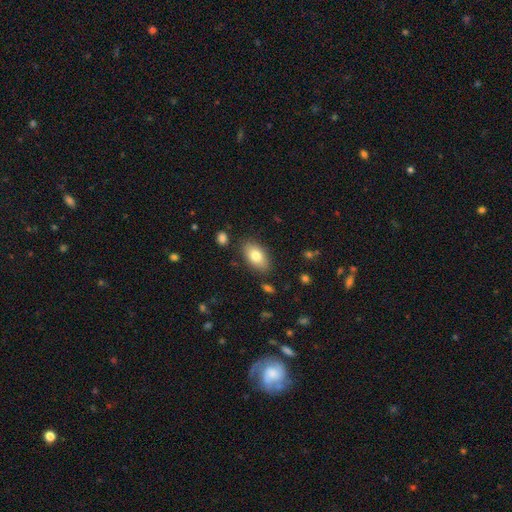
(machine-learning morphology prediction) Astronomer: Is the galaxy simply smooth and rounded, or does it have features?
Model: smooth — 79%.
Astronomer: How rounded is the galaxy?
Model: in between — 92%.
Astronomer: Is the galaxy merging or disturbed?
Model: none — 83%.